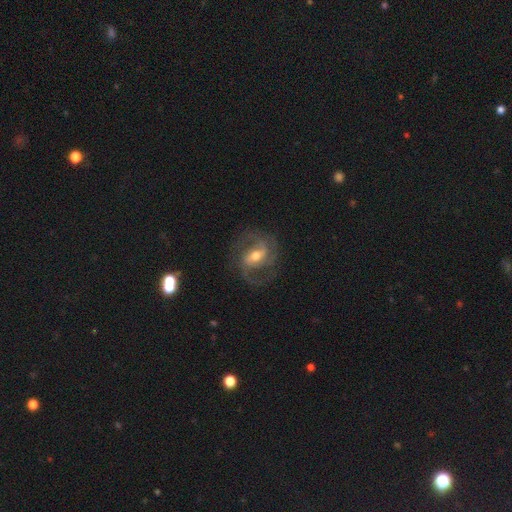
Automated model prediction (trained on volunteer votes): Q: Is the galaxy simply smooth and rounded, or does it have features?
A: featured or disk — 88%.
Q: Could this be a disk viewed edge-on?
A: no — 97%.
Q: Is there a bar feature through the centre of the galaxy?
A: weak — 45%.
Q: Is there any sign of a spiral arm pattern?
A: yes — 96%.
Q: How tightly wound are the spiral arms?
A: medium — 55%.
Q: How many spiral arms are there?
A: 2 — 70%.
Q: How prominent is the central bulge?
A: moderate — 65%.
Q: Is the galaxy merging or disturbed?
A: none — 77%.